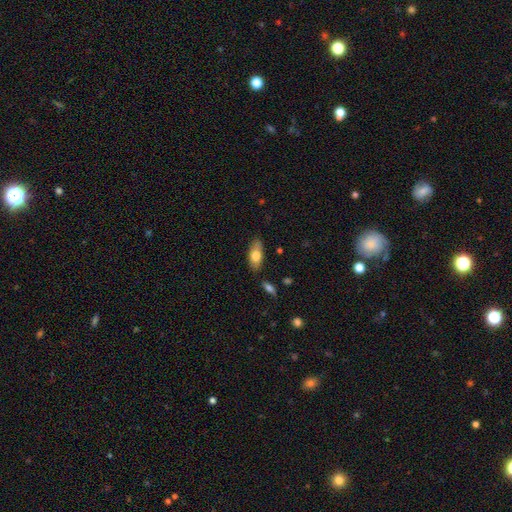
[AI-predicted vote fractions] smooth_or_featured: smooth (p=0.73) [alt: featured or disk p=0.20]
how_rounded: in between (p=0.83) [alt: cigar-shaped p=0.14]
merging: none (p=0.79) [alt: minor disturbance p=0.15]